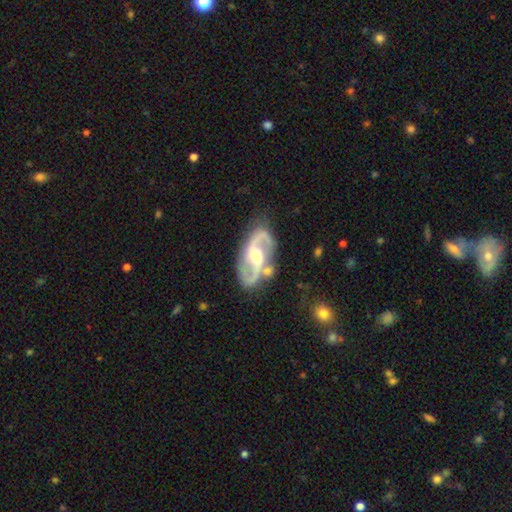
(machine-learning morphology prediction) featured or disk 90%, smooth 6%, star or artifact 4%. Down the decision tree: edge-on disk — no (96%); bar — weak (43%); spiral arms — yes (97%); spiral arm count — 2 (93%); spiral winding — medium (57%); bulge size — moderate (65%); merging — none (76%).